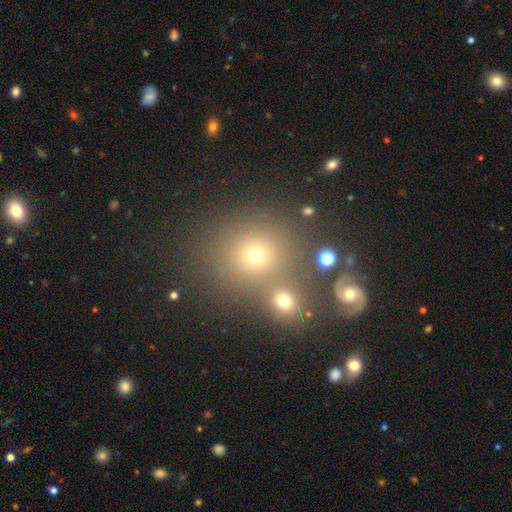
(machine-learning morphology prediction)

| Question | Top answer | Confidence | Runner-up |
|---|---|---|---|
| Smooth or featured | smooth | 68% | star or artifact (20%) |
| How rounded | round | 84% | in between (15%) |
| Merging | none | 63% | merger (24%) |